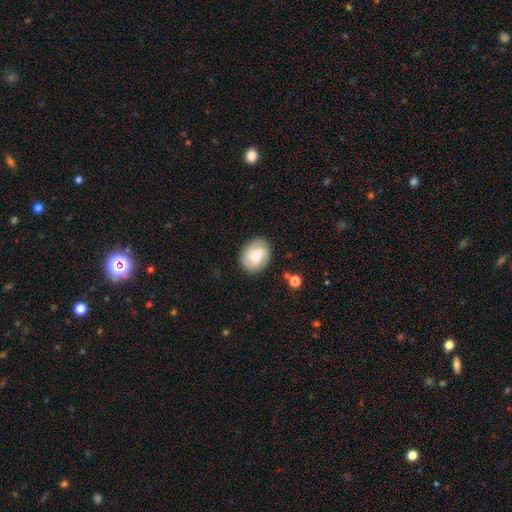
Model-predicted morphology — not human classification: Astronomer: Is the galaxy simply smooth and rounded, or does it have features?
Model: featured or disk — 57% (runner-up: smooth, 35%).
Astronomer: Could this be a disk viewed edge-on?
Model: no — 98%.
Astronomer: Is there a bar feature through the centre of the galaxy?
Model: no — 53% (runner-up: weak, 39%).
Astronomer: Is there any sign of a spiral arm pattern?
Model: yes — 91%.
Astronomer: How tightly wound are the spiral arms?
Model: tight — 48% (runner-up: medium, 39%).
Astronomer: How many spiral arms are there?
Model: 2 — 46% (runner-up: 3, 24%).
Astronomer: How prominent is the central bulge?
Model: large — 35% (runner-up: moderate, 31%).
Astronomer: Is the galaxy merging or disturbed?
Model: none — 81%.